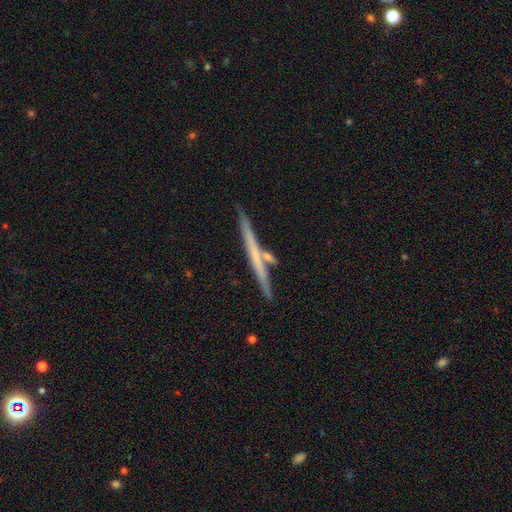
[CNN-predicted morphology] This appears to be a featured or disk galaxy (54%) viewed edge-on (96%) with no central bulge (83%). Merging: none (80%).